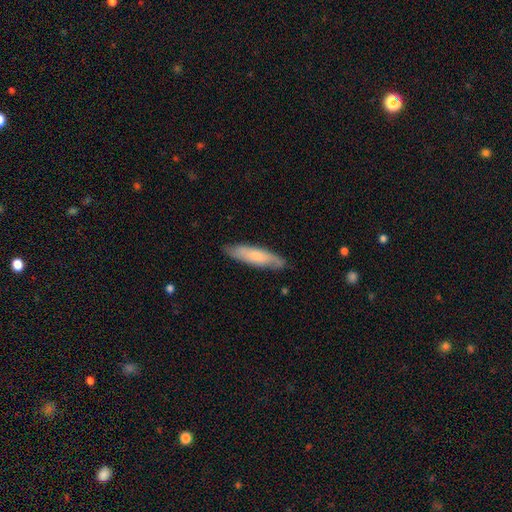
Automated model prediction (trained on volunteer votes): A smooth galaxy with no disk features (63%) that is cigar-shaped (73%). Merging: none (82%).